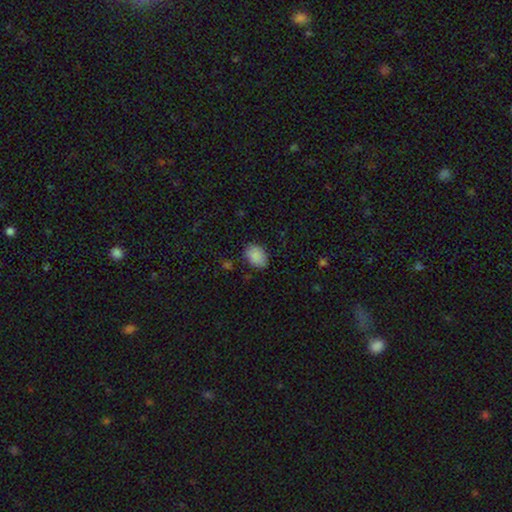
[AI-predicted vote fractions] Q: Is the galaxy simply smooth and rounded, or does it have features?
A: smooth — 86%.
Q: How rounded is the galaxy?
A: in between — 72%.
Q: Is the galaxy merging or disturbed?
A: none — 78%.